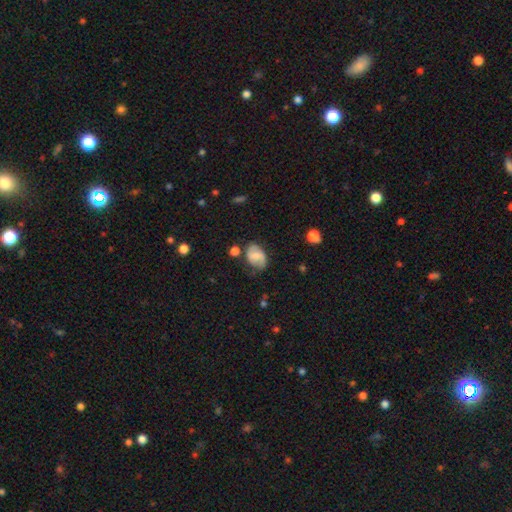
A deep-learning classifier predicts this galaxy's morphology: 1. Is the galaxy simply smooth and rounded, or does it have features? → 49% featured or disk, 43% smooth, 9% star or artifact.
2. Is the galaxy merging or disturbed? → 62% none, 25% minor disturbance, 8% major disturbance, 5% merger.